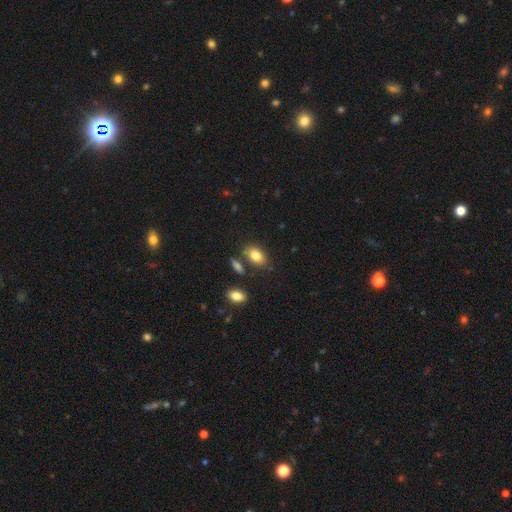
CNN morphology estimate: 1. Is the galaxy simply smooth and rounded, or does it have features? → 83% smooth, 9% featured or disk, 8% star or artifact.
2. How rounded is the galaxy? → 88% in between, 10% round, 2% cigar-shaped.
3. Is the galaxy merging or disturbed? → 76% none, 13% minor disturbance, 9% merger, 3% major disturbance.